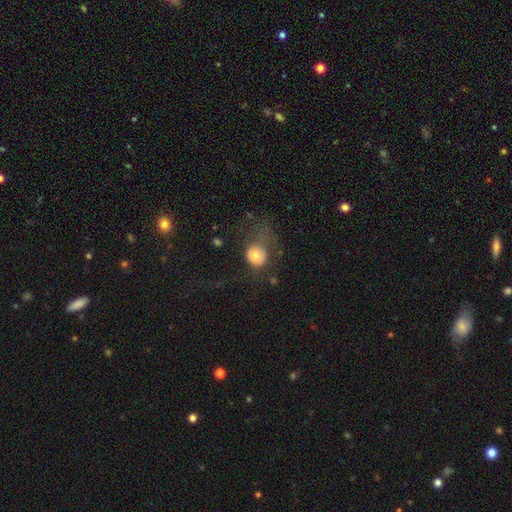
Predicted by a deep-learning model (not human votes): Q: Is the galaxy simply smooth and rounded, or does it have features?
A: smooth — 73%.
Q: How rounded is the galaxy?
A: round — 78%.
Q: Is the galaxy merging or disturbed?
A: major disturbance — 41%.